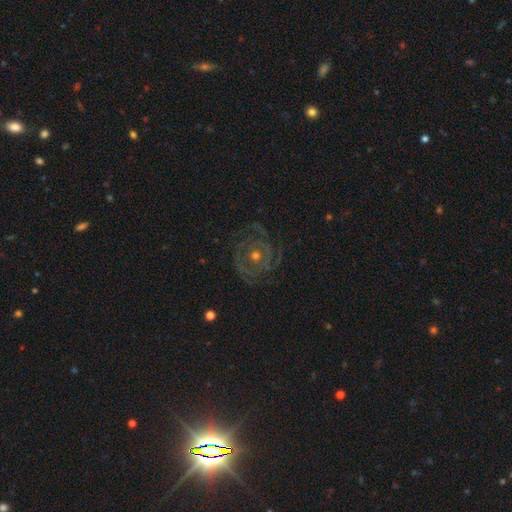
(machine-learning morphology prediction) Q: Smooth or featured?
A: featured or disk (81%); runner-up: smooth (10%)
Q: Edge-on disk?
A: no (97%); runner-up: yes (3%)
Q: Bar?
A: no (80%); runner-up: weak (16%)
Q: Spiral arms?
A: yes (85%); runner-up: no (15%)
Q: Spiral winding?
A: tight (69%); runner-up: medium (25%)
Q: Spiral arm count?
A: can't tell (33%); runner-up: 2 (26%)
Q: Bulge size?
A: moderate (63%); runner-up: small (33%)
Q: Merging?
A: none (74%); runner-up: minor disturbance (15%)